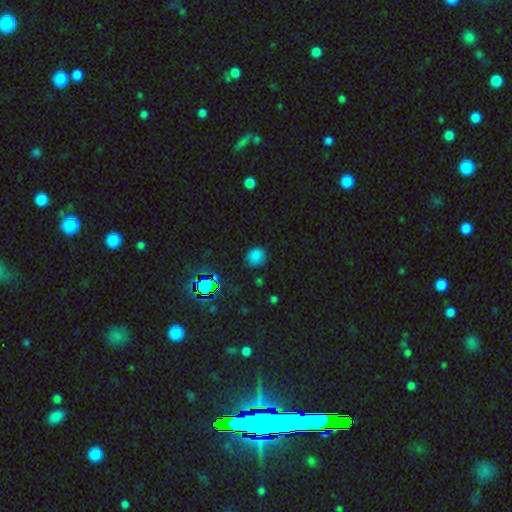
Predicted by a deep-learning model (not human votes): Smooth or featured? Predicted: smooth (p=0.75). How rounded? Predicted: round (p=0.86). Merging? Predicted: none (p=0.84).